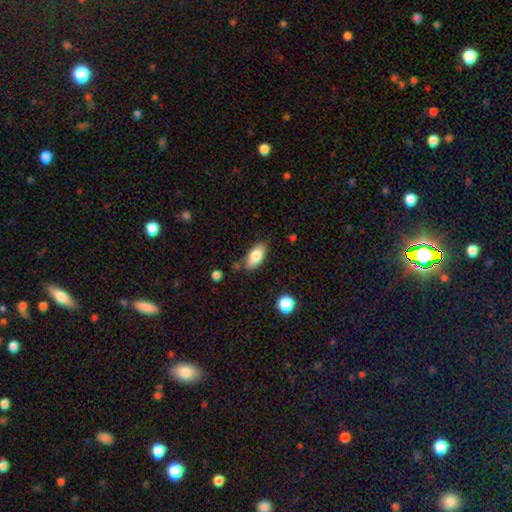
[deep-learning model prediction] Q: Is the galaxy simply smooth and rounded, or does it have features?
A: smooth — 82%.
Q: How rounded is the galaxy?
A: in between — 89%.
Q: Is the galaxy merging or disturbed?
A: none — 82%.